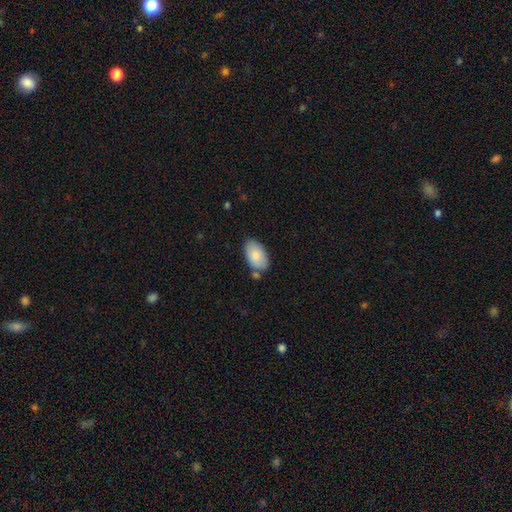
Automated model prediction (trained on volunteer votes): Smooth or featured?
  - smooth: 82% *
  - featured or disk: 12%
  - star or artifact: 6%
How rounded?
  - in between: 94% *
  - round: 5%
  - cigar-shaped: 1%
Merging?
  - none: 72% *
  - minor disturbance: 17%
  - merger: 8%
  - major disturbance: 3%